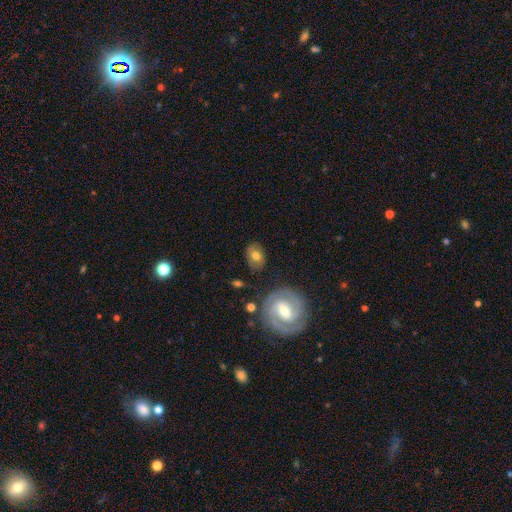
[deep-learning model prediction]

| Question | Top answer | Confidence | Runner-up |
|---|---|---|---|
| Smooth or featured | smooth | 58% | featured or disk (34%) |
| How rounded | in between | 64% | round (34%) |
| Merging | none | 77% | minor disturbance (15%) |